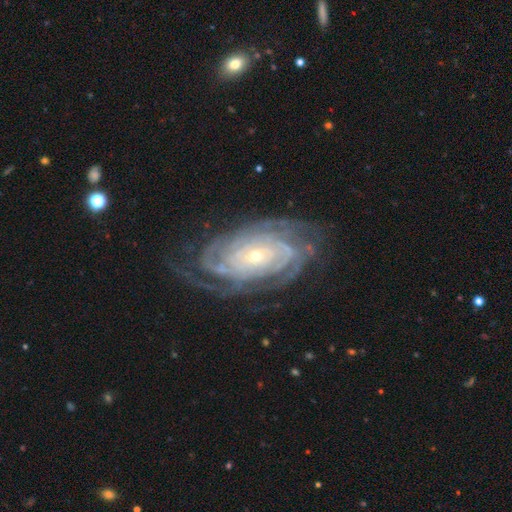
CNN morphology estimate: Overall: featured or disk (90%). Edge-on disk: no (96%). Bar: no (75%). Spiral arms: yes (98%). Spiral arm count: can't tell (23%, tied with 4). Spiral winding: tight (81%). Bulge size: small (76%). Merging: none (73%).